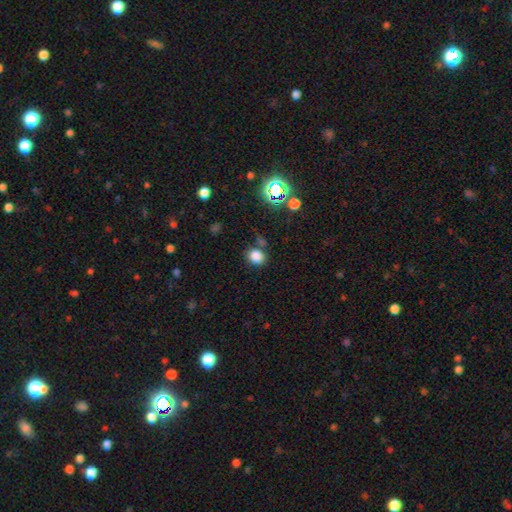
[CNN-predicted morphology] Q: Smooth or featured?
A: smooth (80%); runner-up: star or artifact (15%)
Q: How rounded?
A: round (61%); runner-up: in between (38%)
Q: Merging?
A: none (73%); runner-up: minor disturbance (13%)